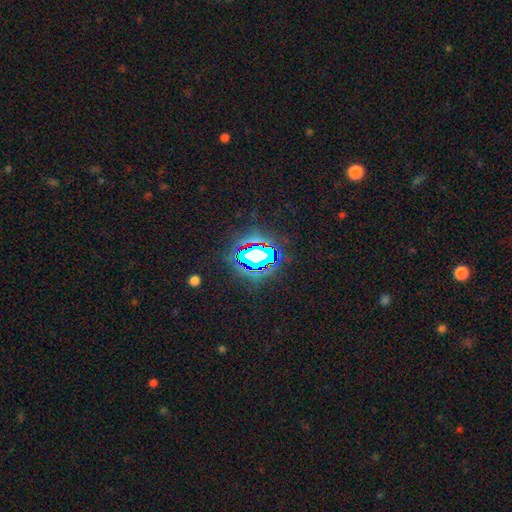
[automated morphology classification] Smooth or featured: star or artifact — 70% (smooth — 17%)